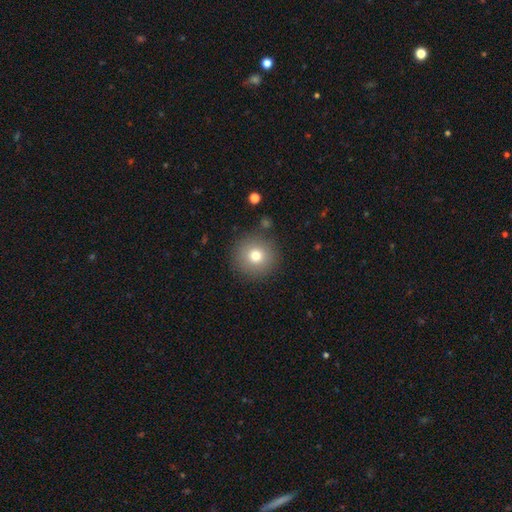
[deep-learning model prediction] Smooth or featured: smooth — 76% (star or artifact — 12%)
How rounded: round — 95% (in between — 4%)
Merging: none — 88% (minor disturbance — 7%)